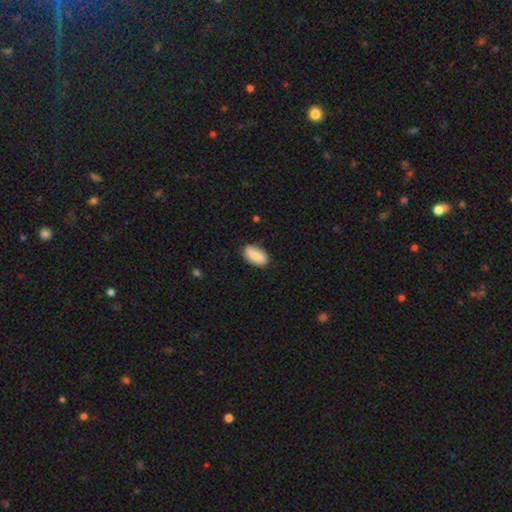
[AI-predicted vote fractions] Smooth or featured? Predicted: smooth (p=0.81). How rounded? Predicted: in between (p=0.89). Merging? Predicted: none (p=0.80).